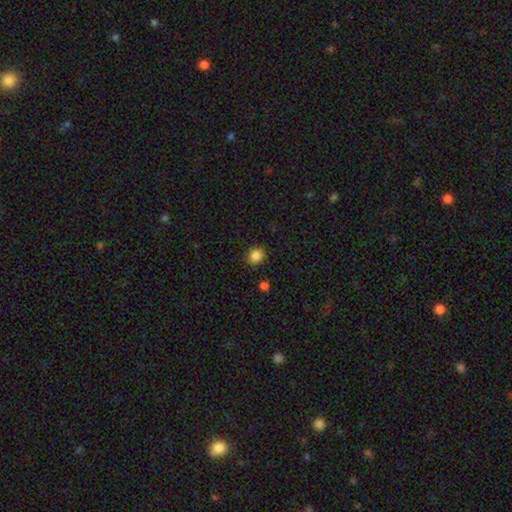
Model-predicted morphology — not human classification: A smooth galaxy with no disk features (86%) that is round (75%).

Vote fractions:
- Smooth or featured? smooth: 86% / star or artifact: 10% / featured or disk: 4%
- How rounded? round: 75% / in between: 24% / cigar-shaped: 1%
- Merging? none: 88% / minor disturbance: 8% / major disturbance: 2% / merger: 2%